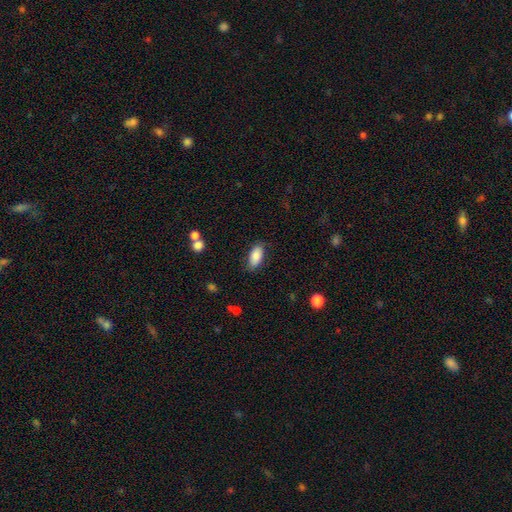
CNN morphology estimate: The model was most divided on "merging": none: 81%, minor disturbance: 14%, major disturbance: 3%, merger: 2%. More confident: how rounded — in between (91%); smooth or featured — smooth (85%).